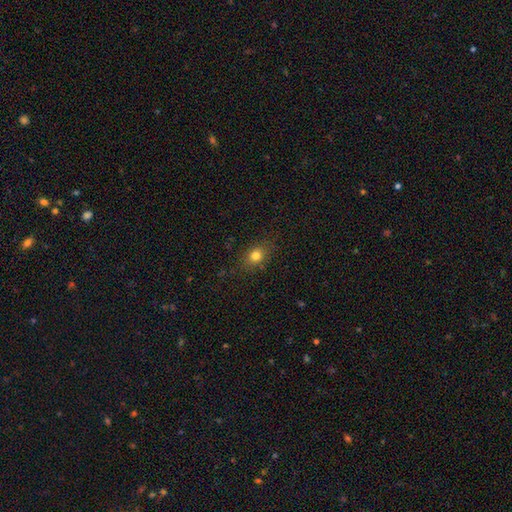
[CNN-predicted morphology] smooth_or_featured: smooth (p=0.78) [alt: star or artifact p=0.13]
how_rounded: in between (p=0.55) [alt: round p=0.43]
merging: none (p=0.83) [alt: minor disturbance p=0.12]